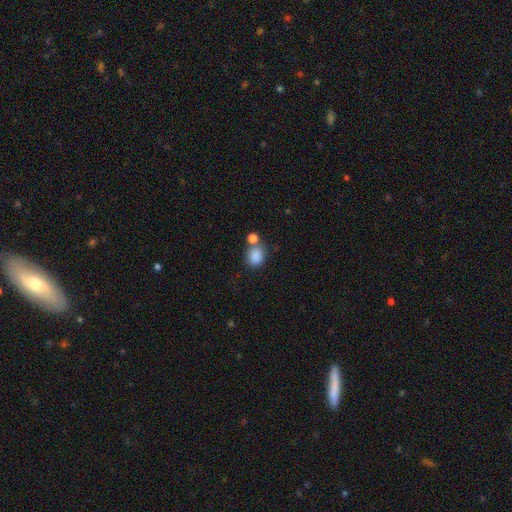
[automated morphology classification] The model was most divided on "merging": none: 57%, merger: 26%, minor disturbance: 13%, major disturbance: 5%. More confident: smooth or featured — smooth (85%); how rounded — round (68%).